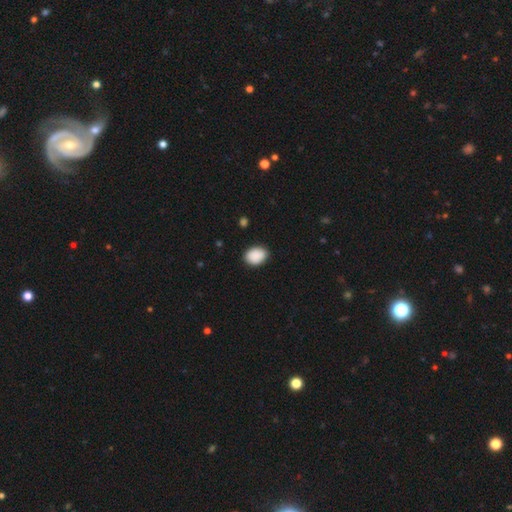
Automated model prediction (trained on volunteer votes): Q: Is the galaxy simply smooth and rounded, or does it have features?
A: smooth — 90%.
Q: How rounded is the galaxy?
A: in between — 71%.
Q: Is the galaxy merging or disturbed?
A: none — 84%.